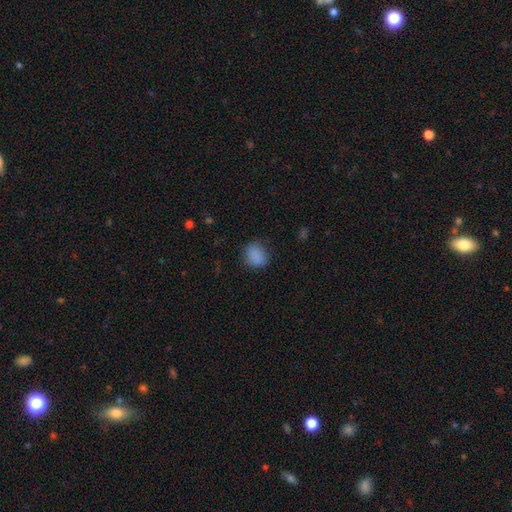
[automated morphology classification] Smooth or featured?
  - smooth: 85% *
  - star or artifact: 10%
  - featured or disk: 4%
How rounded?
  - round: 61% *
  - in between: 38%
  - cigar-shaped: 1%
Merging?
  - none: 75% *
  - minor disturbance: 19%
  - major disturbance: 5%
  - merger: 1%